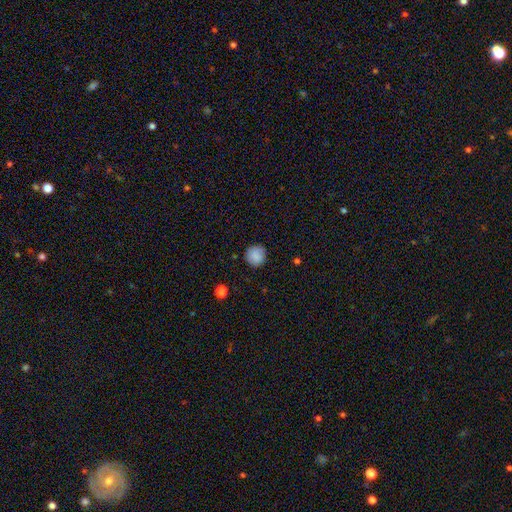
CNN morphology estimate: Q: Smooth or featured?
A: smooth (86%); runner-up: star or artifact (8%)
Q: How rounded?
A: round (92%); runner-up: in between (7%)
Q: Merging?
A: none (83%); runner-up: minor disturbance (12%)